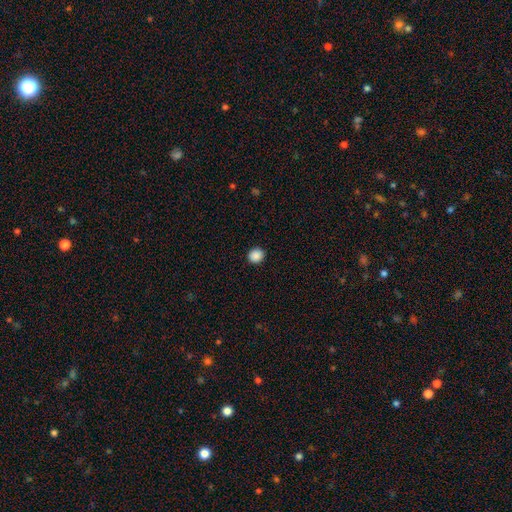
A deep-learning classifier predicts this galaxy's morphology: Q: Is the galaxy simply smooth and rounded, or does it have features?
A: smooth — 89%.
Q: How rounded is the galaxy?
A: round — 86%.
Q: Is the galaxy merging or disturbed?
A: none — 92%.